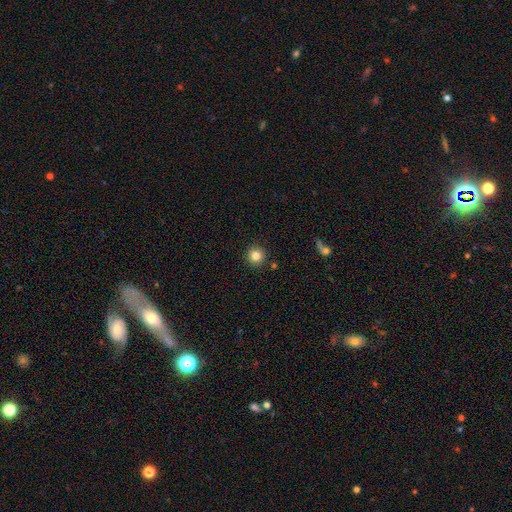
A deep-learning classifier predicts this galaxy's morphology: The model was most divided on "smooth or featured": smooth: 83%, star or artifact: 11%, featured or disk: 6%. More confident: how rounded — round (95%); merging — none (91%).